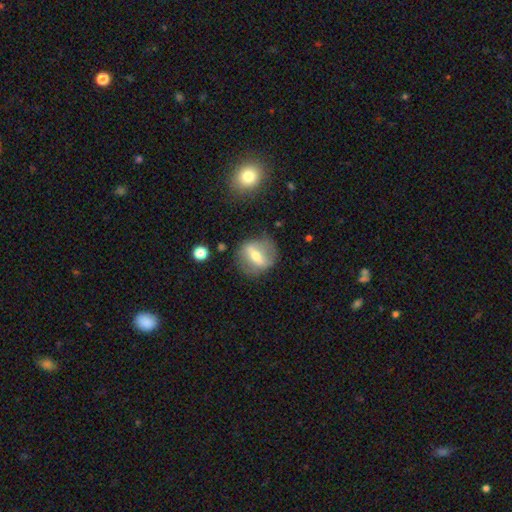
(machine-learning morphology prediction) This appears to be a featured or disk galaxy (60%). Merging: none (77%).